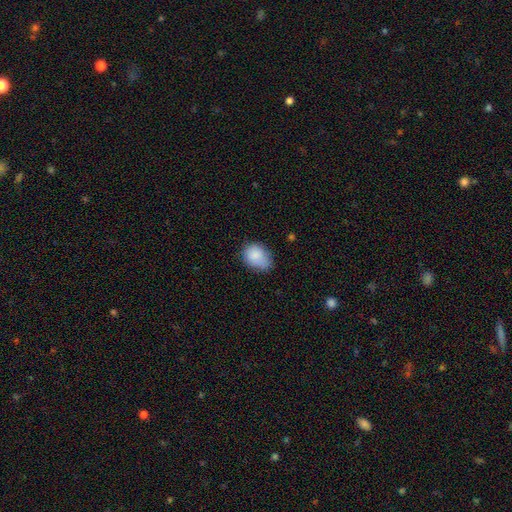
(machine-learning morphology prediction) This appears to be a smooth galaxy with no disk features (86%) that is in between round and cigar-shaped (63%). Merging: none (56%).